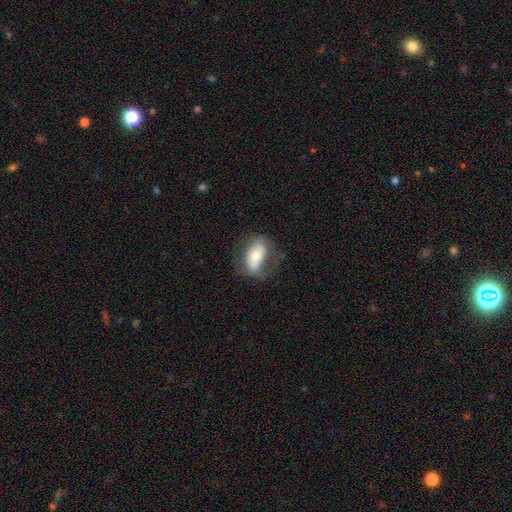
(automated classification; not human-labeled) This appears to be a smooth galaxy with no disk features (59%) that is in between round and cigar-shaped (87%). Merging: none (57%).